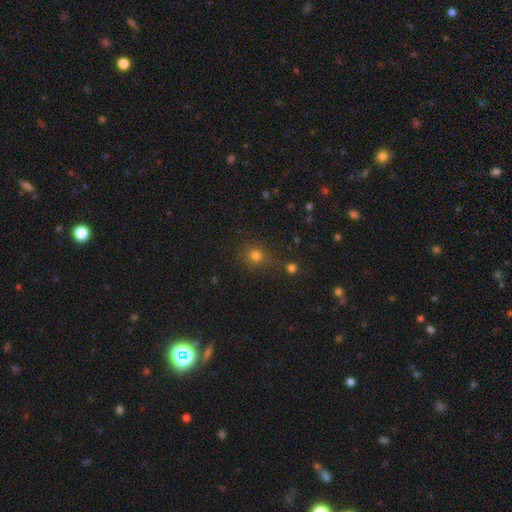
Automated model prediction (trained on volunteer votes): The model was most divided on "smooth or featured": smooth: 74%, star or artifact: 19%, featured or disk: 6%. More confident: how rounded — round (85%); merging — none (78%).